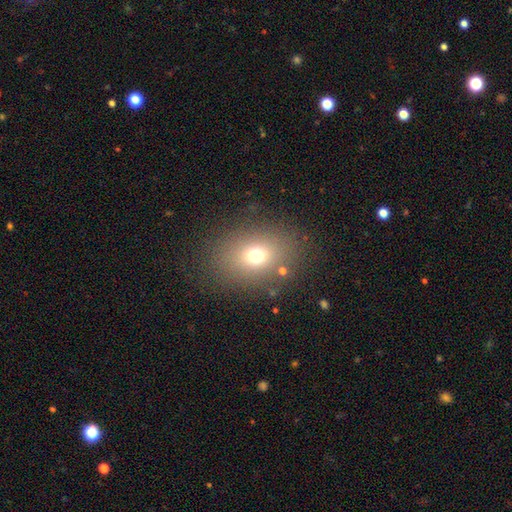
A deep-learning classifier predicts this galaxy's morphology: Overall: smooth (69%). How rounded: in between (53%; round 46%). Merging: none (82%).